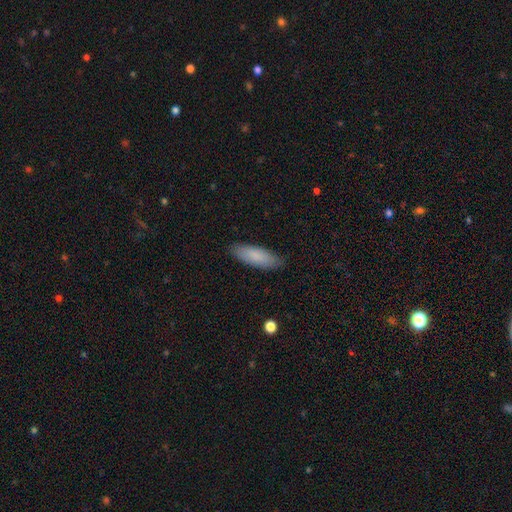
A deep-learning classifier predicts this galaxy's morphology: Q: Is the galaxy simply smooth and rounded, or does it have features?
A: smooth — 85%.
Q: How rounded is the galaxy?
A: in between — 56%.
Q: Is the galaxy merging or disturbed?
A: none — 87%.